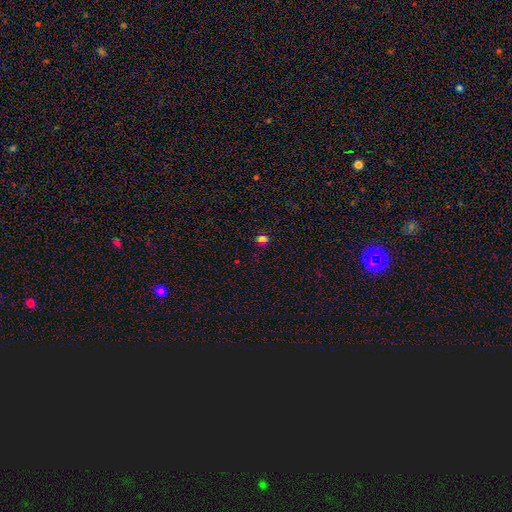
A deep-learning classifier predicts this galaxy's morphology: Q: Smooth or featured?
A: smooth (66%); runner-up: star or artifact (29%)
Q: How rounded?
A: round (61%); runner-up: in between (37%)
Q: Merging?
A: none (84%); runner-up: minor disturbance (9%)